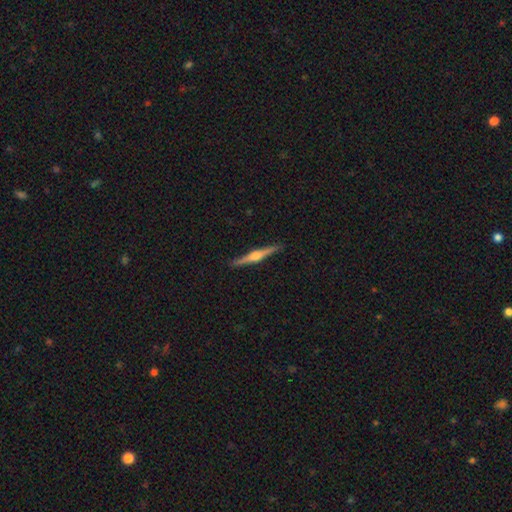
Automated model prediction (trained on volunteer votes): Q: Smooth or featured?
A: featured or disk (78%); runner-up: smooth (17%)
Q: Edge-on disk?
A: yes (98%); runner-up: no (2%)
Q: Edge-on bulge?
A: rounded (90%); runner-up: boxy (6%)
Q: Merging?
A: none (92%); runner-up: minor disturbance (6%)